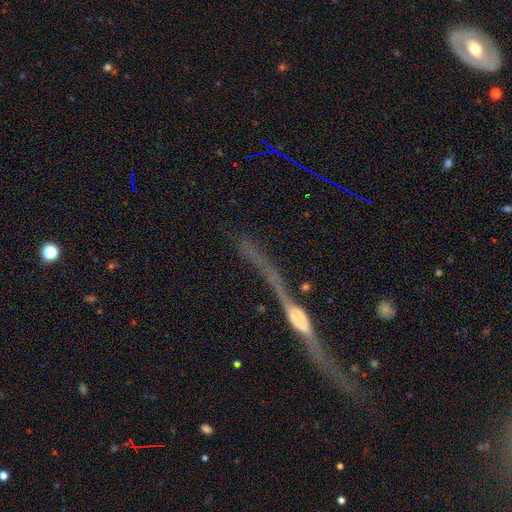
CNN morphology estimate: Smooth or featured?
  - featured or disk: 79% *
  - star or artifact: 13%
  - smooth: 8%
Edge-on disk?
  - yes: 89% *
  - no: 11%
Edge-on bulge?
  - rounded: 82% *
  - none: 9%
  - boxy: 9%
Merging?
  - none: 72% *
  - minor disturbance: 15%
  - major disturbance: 9%
  - merger: 5%